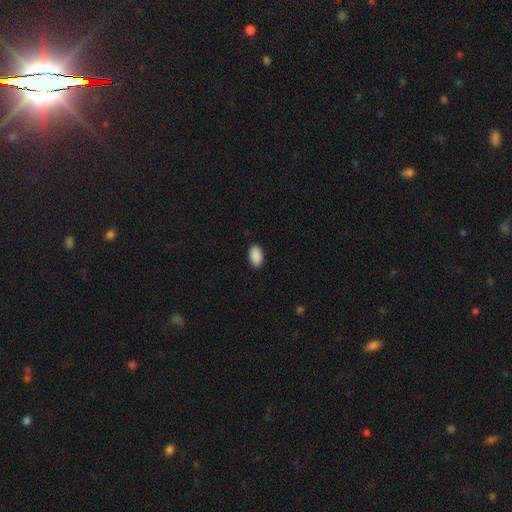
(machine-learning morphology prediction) smooth 91%, star or artifact 7%, featured or disk 2%. Down the decision tree: how rounded — in between (94%); merging — none (90%).